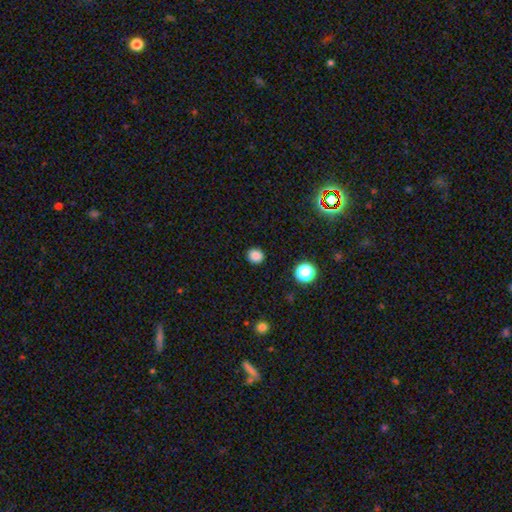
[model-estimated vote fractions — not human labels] Smooth or featured: smooth — 85% (star or artifact — 12%)
How rounded: round — 83% (in between — 16%)
Merging: none — 91% (minor disturbance — 6%)